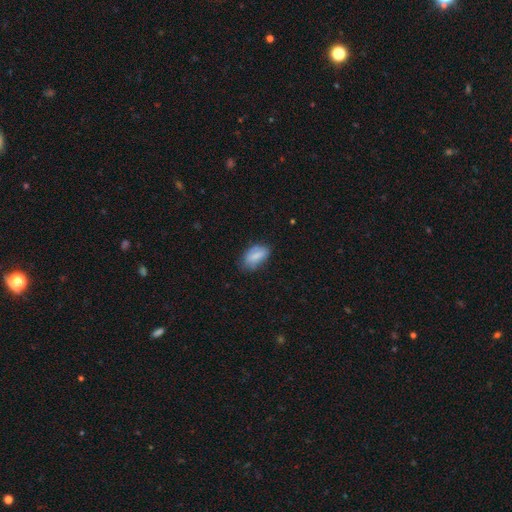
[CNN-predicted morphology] smooth 76%, featured or disk 16%, star or artifact 8%. Down the decision tree: how rounded — in between (90%); merging — none (62%).